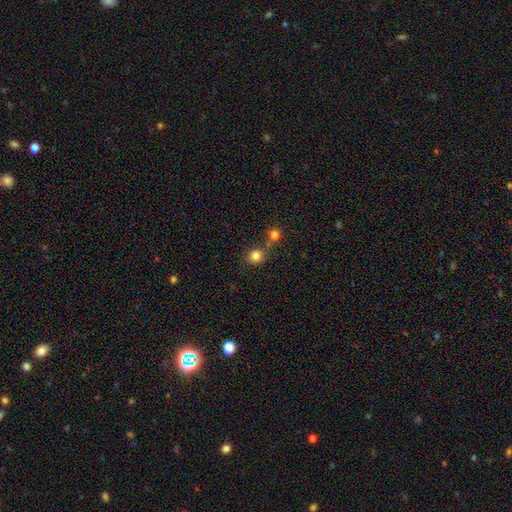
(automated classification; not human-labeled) smooth 82%, star or artifact 12%, featured or disk 6%. Down the decision tree: how rounded — round (89%); merging — none (62%).